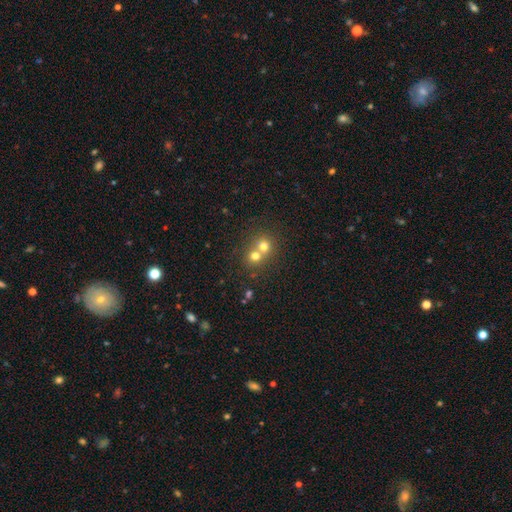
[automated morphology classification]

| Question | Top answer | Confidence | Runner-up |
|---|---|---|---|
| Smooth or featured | smooth | 69% | star or artifact (16%) |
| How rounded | round | 83% | in between (16%) |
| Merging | merger | 57% | none (37%) |